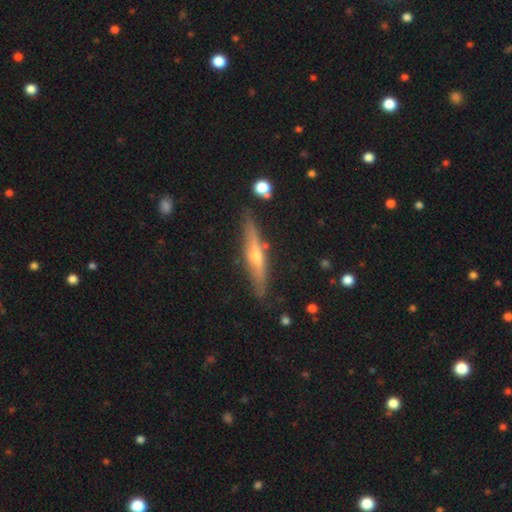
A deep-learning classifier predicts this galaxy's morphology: Smooth or featured?
  - featured or disk: 68% *
  - smooth: 25%
  - star or artifact: 7%
Edge-on disk?
  - yes: 94% *
  - no: 6%
Edge-on bulge?
  - rounded: 83% *
  - none: 12%
  - boxy: 5%
Merging?
  - none: 84% *
  - minor disturbance: 11%
  - merger: 2%
  - major disturbance: 2%